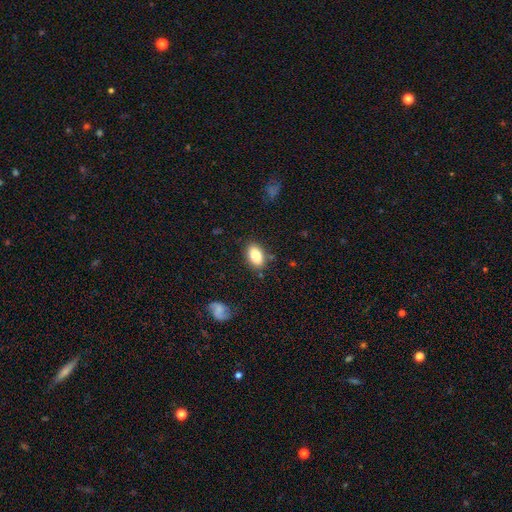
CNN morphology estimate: This appears to be a smooth galaxy with no disk features (81%) that is in between round and cigar-shaped (90%). Merging: none (82%).